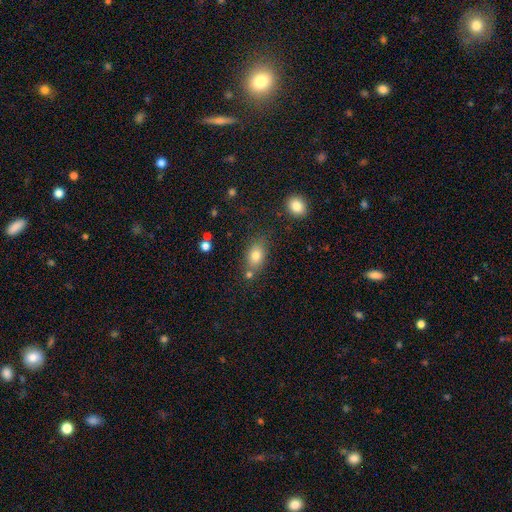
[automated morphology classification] smooth_or_featured: smooth (p=0.79) [alt: featured or disk p=0.11]
how_rounded: in between (p=0.76) [alt: round p=0.21]
merging: none (p=0.67) [alt: minor disturbance p=0.15]